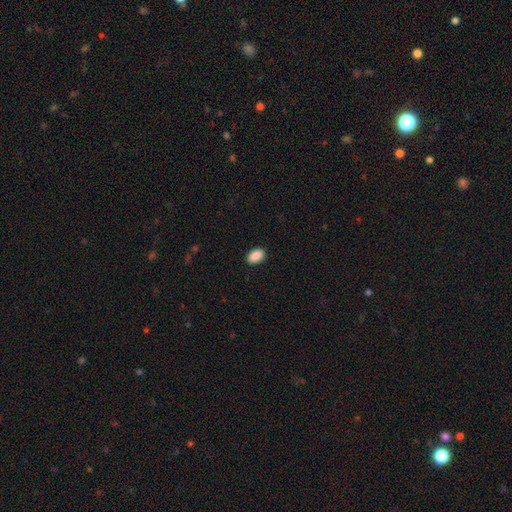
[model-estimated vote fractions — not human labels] smooth_or_featured: smooth (p=0.90) [alt: star or artifact p=0.07]
how_rounded: in between (p=0.92) [alt: round p=0.07]
merging: none (p=0.90) [alt: minor disturbance p=0.07]